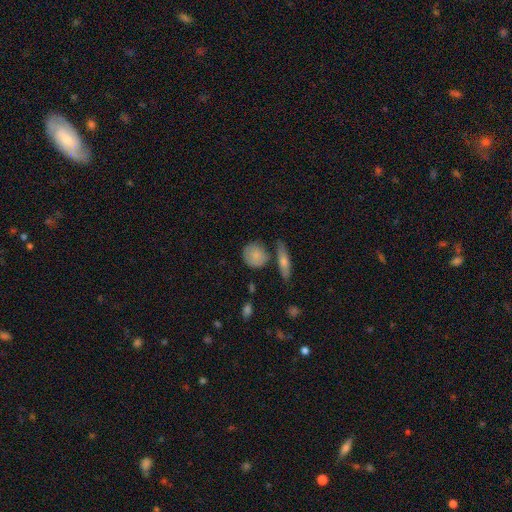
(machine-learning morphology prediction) Overall: smooth (79%). How rounded: round (79%). Merging: none (66%).